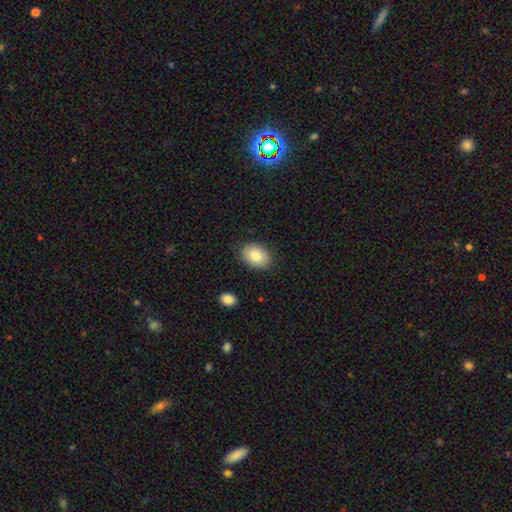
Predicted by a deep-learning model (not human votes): The model was most divided on "how rounded": in between: 78%, round: 21%, cigar-shaped: 1%. More confident: merging — none (85%); smooth or featured — smooth (84%).